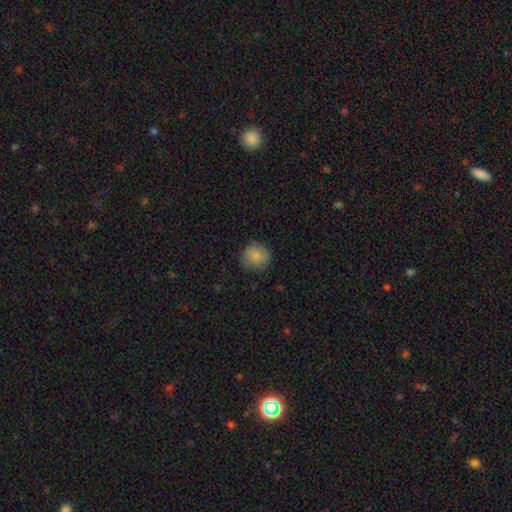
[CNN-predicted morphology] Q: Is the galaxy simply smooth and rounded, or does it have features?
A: smooth — 84%.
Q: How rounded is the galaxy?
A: round — 89%.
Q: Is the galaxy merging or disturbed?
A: none — 80%.